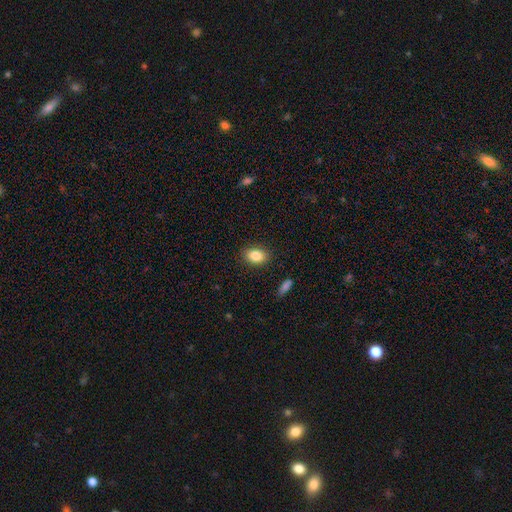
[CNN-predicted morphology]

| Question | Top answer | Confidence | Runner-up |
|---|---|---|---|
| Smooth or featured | smooth | 85% | star or artifact (8%) |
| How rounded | in between | 79% | round (19%) |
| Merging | none | 88% | minor disturbance (8%) |